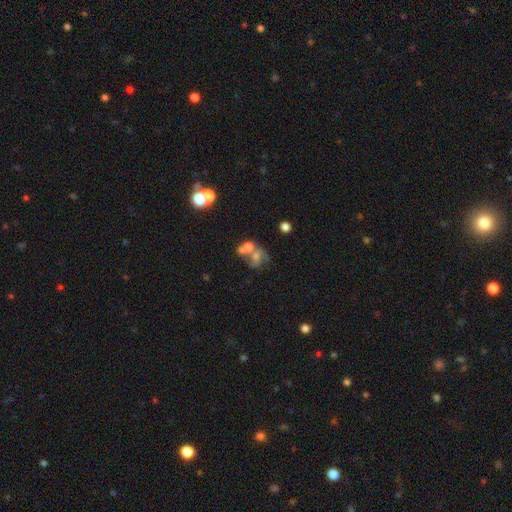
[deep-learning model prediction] The model was most divided on "merging": merger: 44%, none: 31%, major disturbance: 13%, minor disturbance: 12%. More confident: edge-on disk — no (96%); smooth or featured — featured or disk (51%).